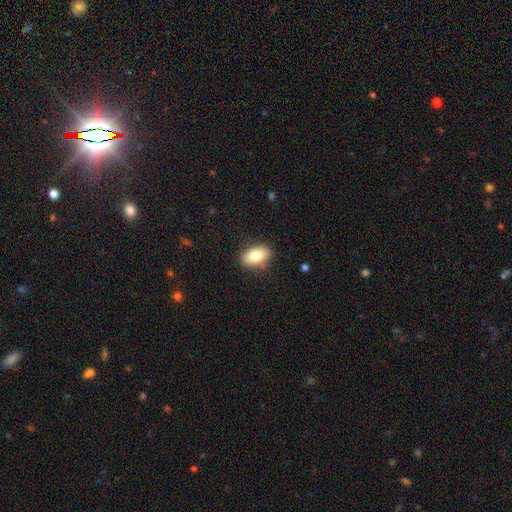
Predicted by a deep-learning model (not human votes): Smooth or featured?
  - smooth: 81% *
  - featured or disk: 12%
  - star or artifact: 7%
How rounded?
  - in between: 90% *
  - round: 8%
  - cigar-shaped: 2%
Merging?
  - none: 85% *
  - minor disturbance: 11%
  - major disturbance: 3%
  - merger: 1%